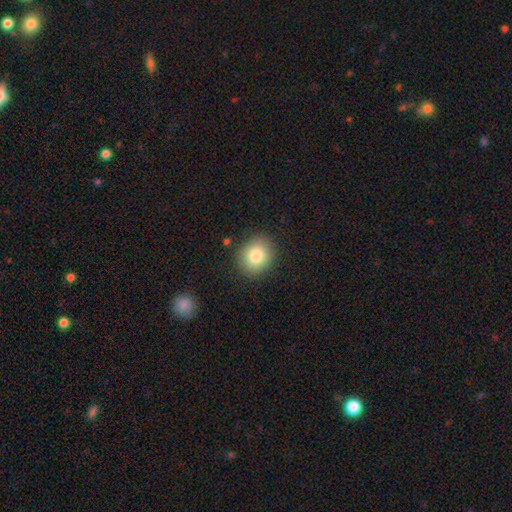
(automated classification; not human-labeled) smooth-or-featured: smooth: 82% | star or artifact: 9% | featured or disk: 9%
  how-rounded: round: 74% | in between: 25% | cigar-shaped: 1%
  merging: none: 87% | minor disturbance: 9% | major disturbance: 3% | merger: 2%